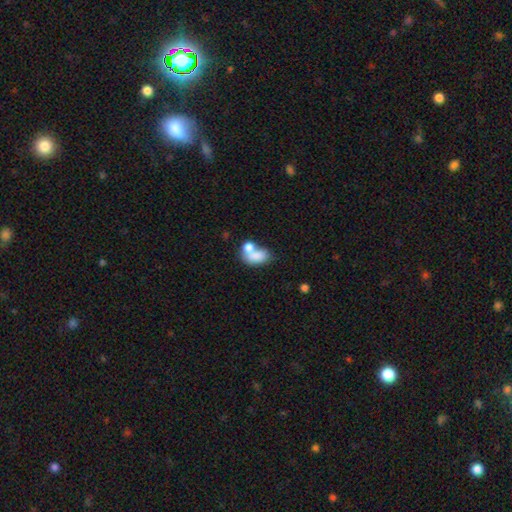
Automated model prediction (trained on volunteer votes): smooth 76%, featured or disk 15%, star or artifact 9%. Down the decision tree: how rounded — in between (84%); merging — merger (56%).